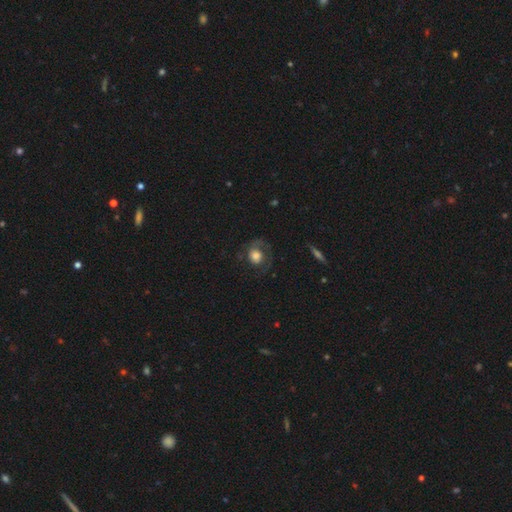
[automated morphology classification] type=smooth (55%); roundness=round (72%); merging=none (50%).